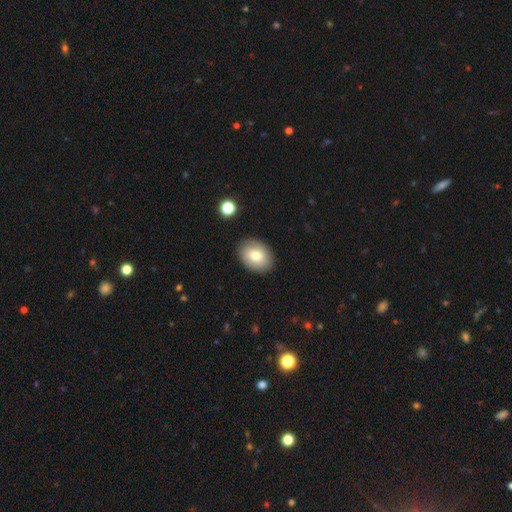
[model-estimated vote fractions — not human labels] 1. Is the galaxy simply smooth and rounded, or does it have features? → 78% smooth, 14% featured or disk, 8% star or artifact.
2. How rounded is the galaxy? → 69% in between, 30% round, 1% cigar-shaped.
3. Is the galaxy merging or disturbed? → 88% none, 8% minor disturbance, 2% major disturbance, 1% merger.